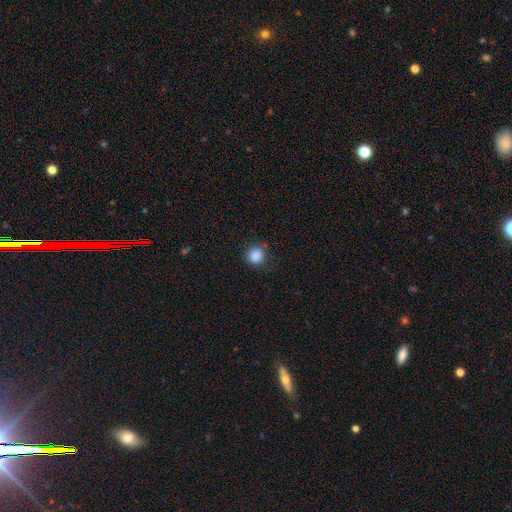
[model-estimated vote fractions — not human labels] Overall: smooth (87%). How rounded: round (87%). Merging: none (81%).